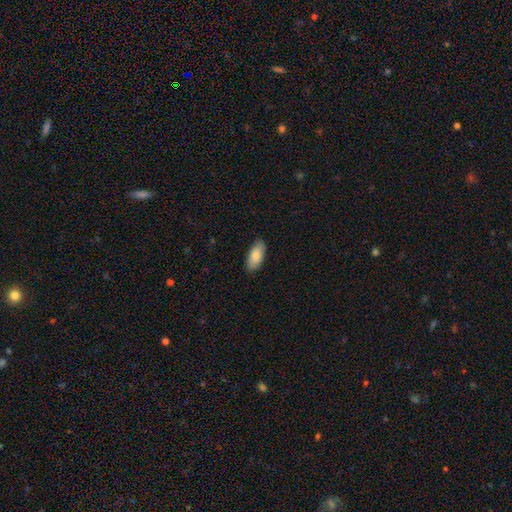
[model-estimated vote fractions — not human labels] Smooth or featured?
  - smooth: 84% *
  - featured or disk: 10%
  - star or artifact: 6%
How rounded?
  - in between: 90% *
  - cigar-shaped: 9%
  - round: 2%
Merging?
  - none: 87% *
  - minor disturbance: 10%
  - major disturbance: 2%
  - merger: 1%